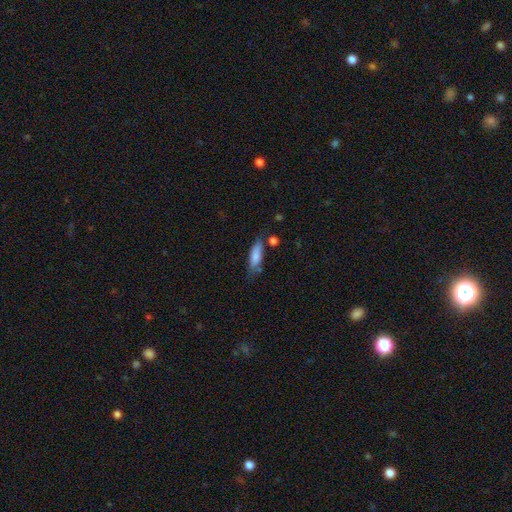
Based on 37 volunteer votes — This appears to be a smooth galaxy with no disk features (76%) that is in between round and cigar-shaped (54%). Merging: none (54%).